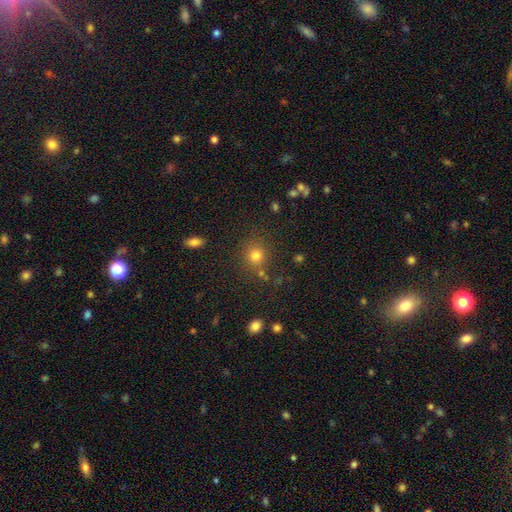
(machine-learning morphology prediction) smooth 79%, star or artifact 15%, featured or disk 7%. Down the decision tree: how rounded — round (89%); merging — none (79%).